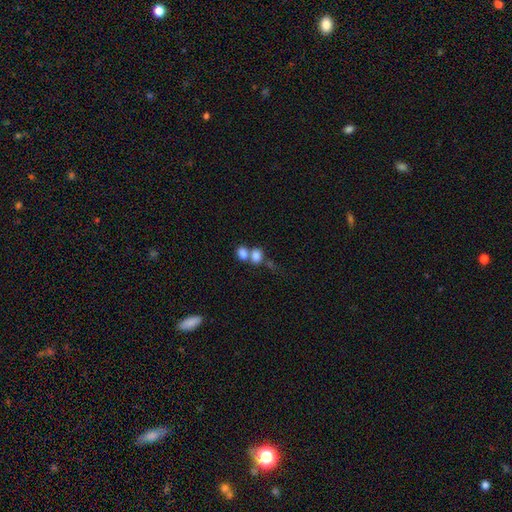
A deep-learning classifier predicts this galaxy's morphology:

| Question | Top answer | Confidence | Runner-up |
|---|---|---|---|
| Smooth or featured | smooth | 80% | featured or disk (11%) |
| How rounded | in between | 65% | round (33%) |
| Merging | merger | 63% | none (25%) |